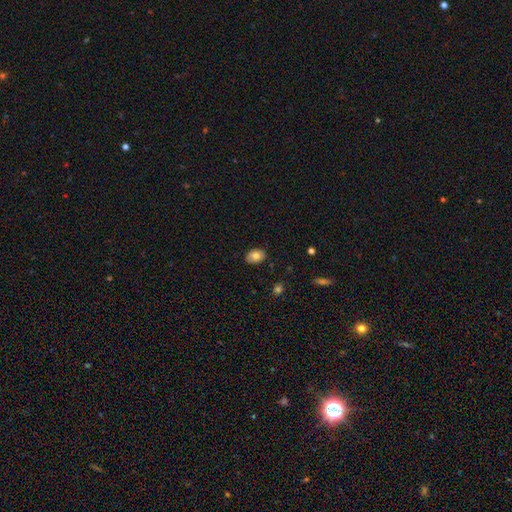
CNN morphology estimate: This is likely a smooth galaxy (80%). How rounded: clearly in between (82%). Merging: clearly none (87%).